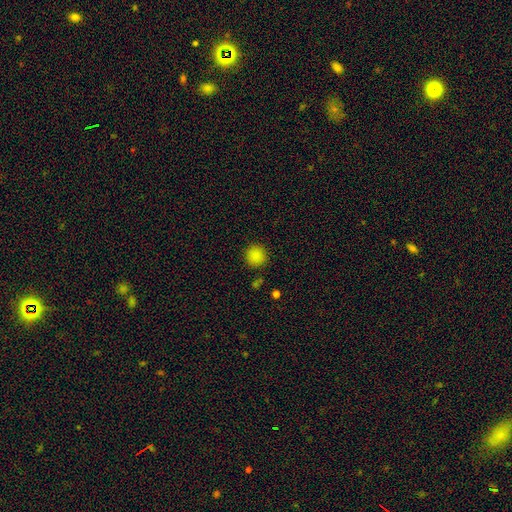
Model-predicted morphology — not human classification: This is clearly a smooth galaxy (86%). How rounded: clearly round (94%). Merging: clearly none (89%).